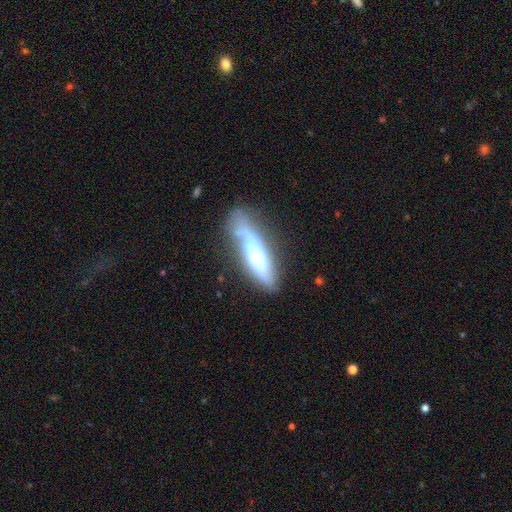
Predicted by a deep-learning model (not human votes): Smooth or featured? Predicted: featured or disk (p=0.50). Merging? Predicted: none (p=0.48).